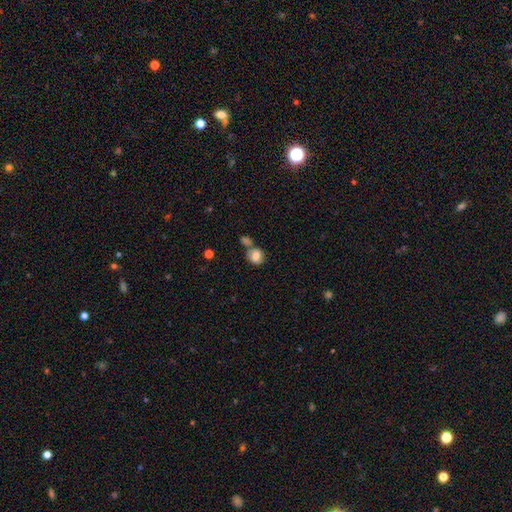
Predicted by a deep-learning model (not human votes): Smooth or featured: smooth — 78% (featured or disk — 13%)
How rounded: round — 62% (in between — 37%)
Merging: none — 45% (merger — 33%)